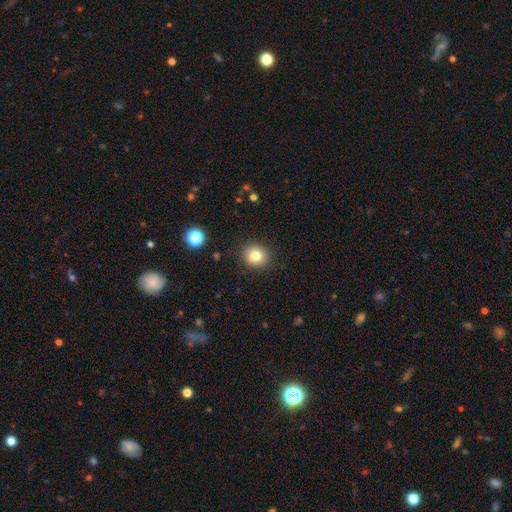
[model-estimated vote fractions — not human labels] This appears to be a smooth galaxy with no disk features (81%) that is round (84%). Merging: none (90%).